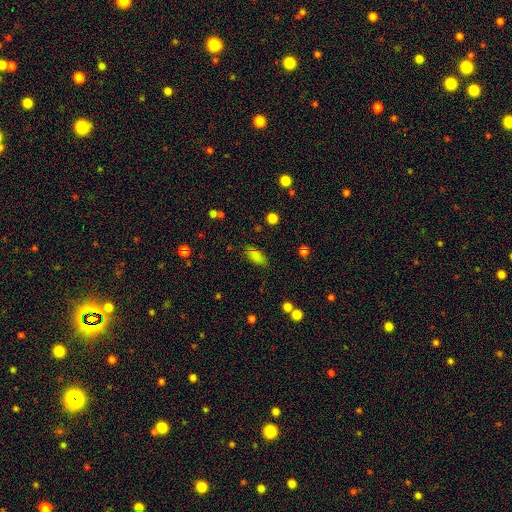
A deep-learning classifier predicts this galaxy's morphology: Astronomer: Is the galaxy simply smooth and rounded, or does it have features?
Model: smooth — 81%.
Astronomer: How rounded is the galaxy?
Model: in between — 86%.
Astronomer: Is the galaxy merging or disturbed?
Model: none — 78%.